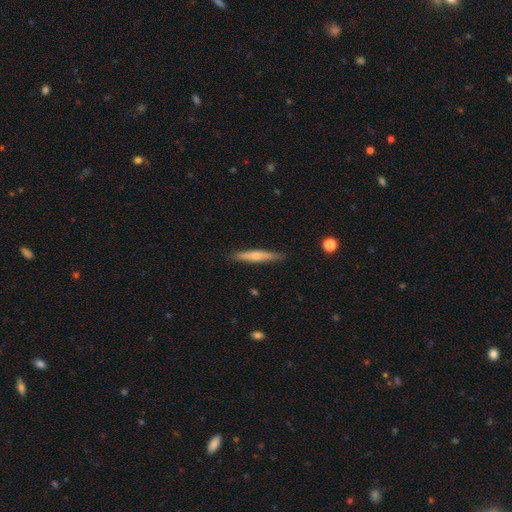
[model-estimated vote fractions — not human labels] Smooth or featured? featured or disk (48%)
Merging? none (89%)